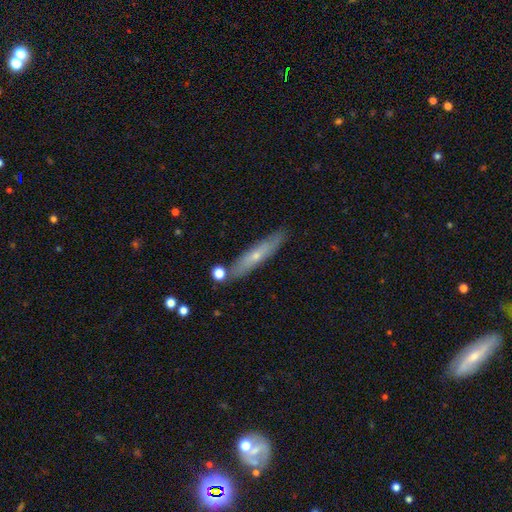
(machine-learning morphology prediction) Smooth or featured? Predicted: smooth (p=0.47). Merging? Predicted: none (p=0.81).